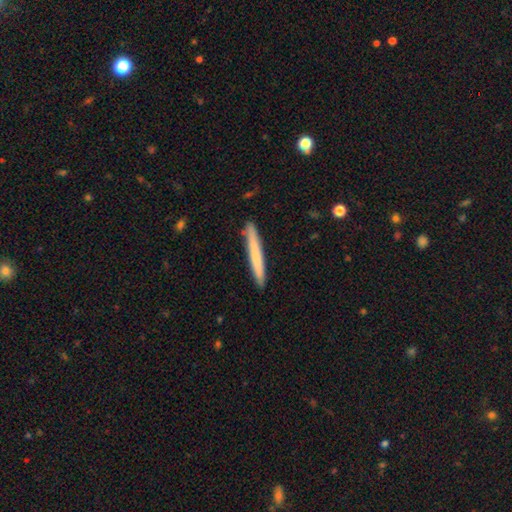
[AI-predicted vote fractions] This appears to be a smooth galaxy with no disk features (69%) that is cigar-shaped (97%). Merging: none (90%).